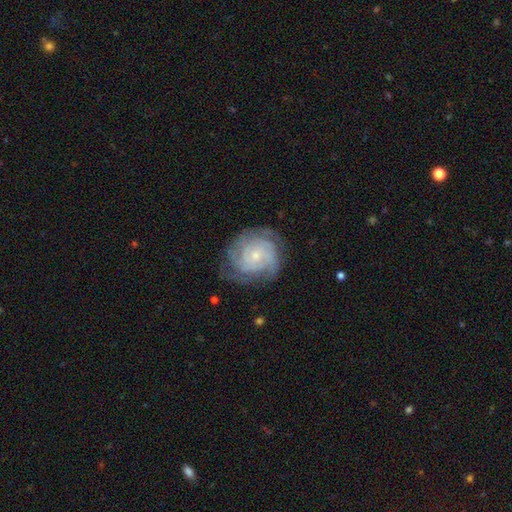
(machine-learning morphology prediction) Smooth or featured?
  - featured or disk: 82% *
  - smooth: 12%
  - star or artifact: 6%
Edge-on disk?
  - no: 98% *
  - yes: 2%
Bar?
  - no: 77% *
  - weak: 20%
  - strong: 3%
Spiral arms?
  - yes: 96% *
  - no: 4%
Spiral winding?
  - tight: 73% *
  - medium: 23%
  - loose: 5%
Spiral arm count?
  - can't tell: 32% *
  - 3: 23%
  - 4: 17%
  - 2: 16%
  - more than 4: 6%
  - 1: 6%
Bulge size?
  - small: 69% *
  - moderate: 26%
  - none: 3%
  - large: 1%
  - dominant: 1%
Merging?
  - none: 73% *
  - minor disturbance: 18%
  - major disturbance: 7%
  - merger: 1%